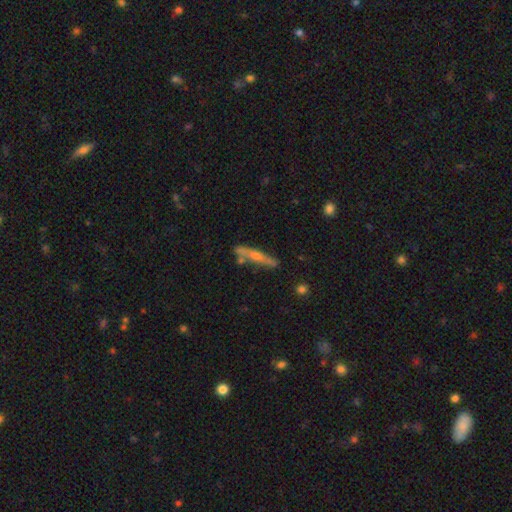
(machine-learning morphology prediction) Smooth or featured: featured or disk — 57% (smooth — 37%)
Edge-on disk: yes — 93% (no — 7%)
Edge-on bulge: rounded — 77% (none — 16%)
Merging: none — 77% (minor disturbance — 14%)